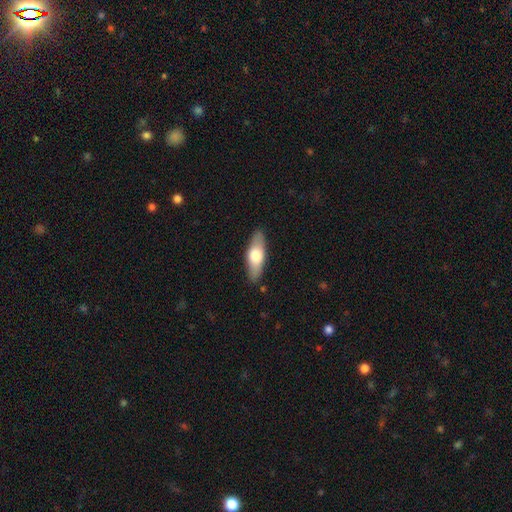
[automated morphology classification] smooth-or-featured: smooth: 60% | featured or disk: 34% | star or artifact: 5%
  how-rounded: in between: 63% | cigar-shaped: 34% | round: 3%
  merging: none: 86% | minor disturbance: 11% | major disturbance: 2% | merger: 1%